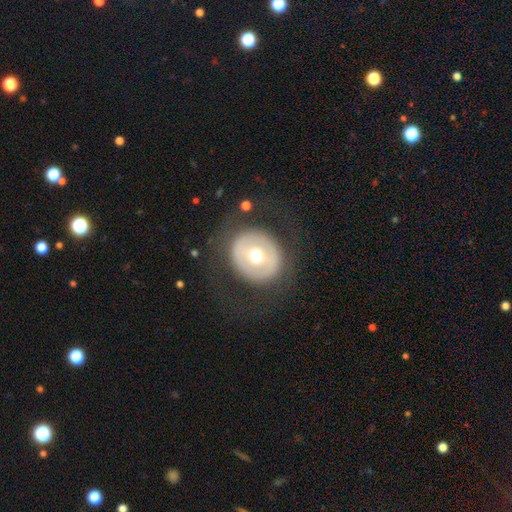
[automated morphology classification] This is possibly a featured or disk galaxy (48%). Merging: likely none (79%).